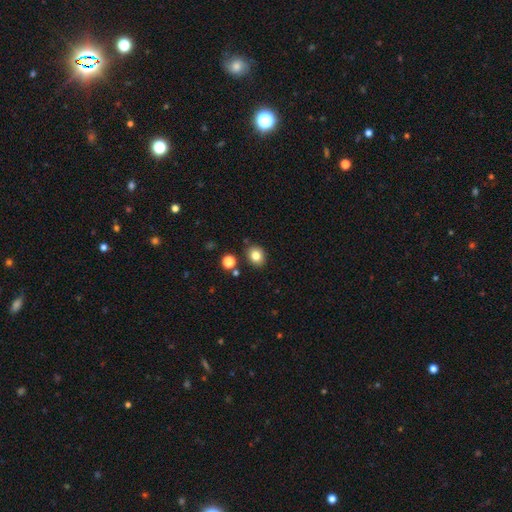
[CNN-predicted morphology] Overall: smooth (82%). How rounded: round (60%; in between 39%). Merging: none (83%).